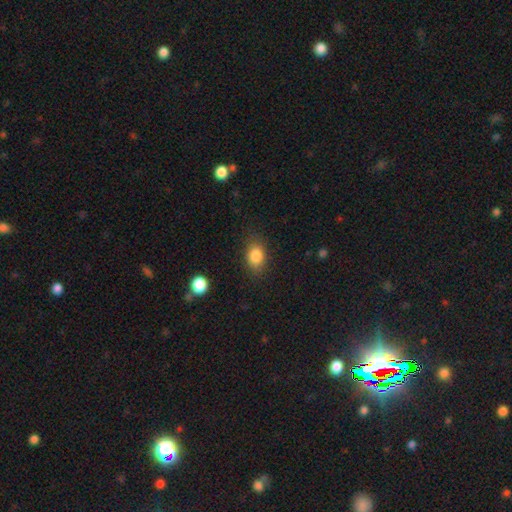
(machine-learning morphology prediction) This appears to be a smooth galaxy with no disk features (84%) that is in between round and cigar-shaped (76%). Merging: none (82%).